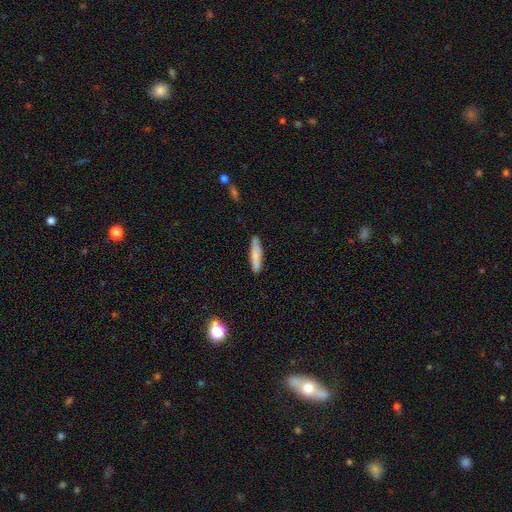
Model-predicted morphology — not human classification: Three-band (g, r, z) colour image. It shows a smooth galaxy with no disk features (76%) that is cigar-shaped (81%). Merging: none (87%).